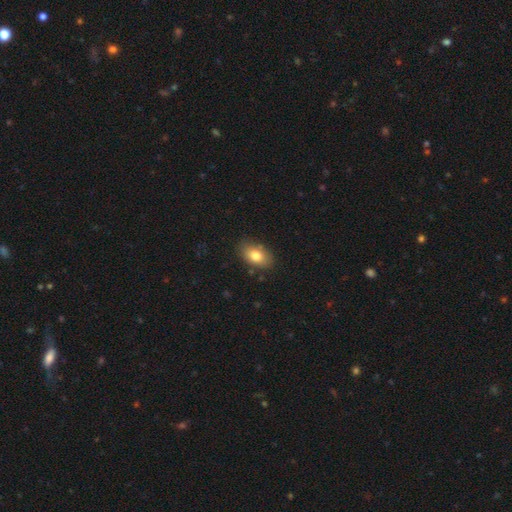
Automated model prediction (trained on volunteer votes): A smooth galaxy with no disk features (80%) that is in between round and cigar-shaped (88%).

Vote fractions:
- Smooth or featured? smooth: 80% / featured or disk: 12% / star or artifact: 8%
- How rounded? in between: 88% / round: 11% / cigar-shaped: 1%
- Merging? none: 82% / minor disturbance: 13% / major disturbance: 3% / merger: 2%